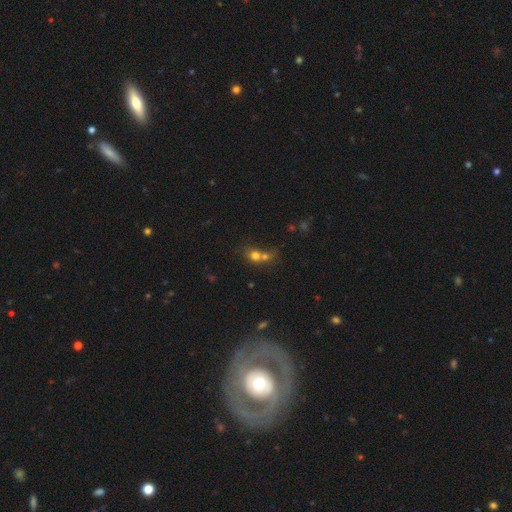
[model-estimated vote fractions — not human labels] Smooth or featured? Predicted: smooth (p=0.69). How rounded? Predicted: round (p=0.70). Merging? Predicted: merger (p=0.60).